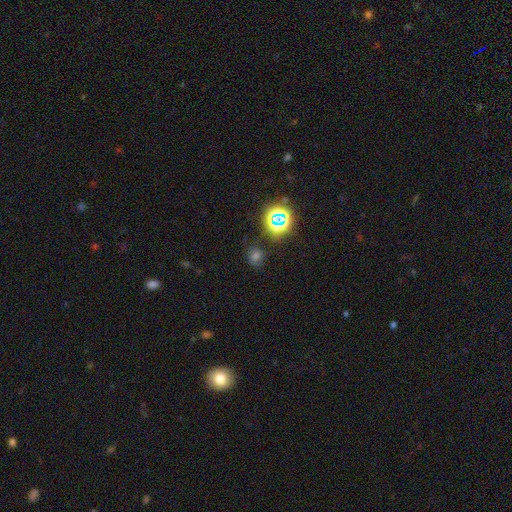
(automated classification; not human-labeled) Smooth or featured? Predicted: smooth (p=0.53). How rounded? Predicted: round (p=0.73). Merging? Predicted: none (p=0.80).